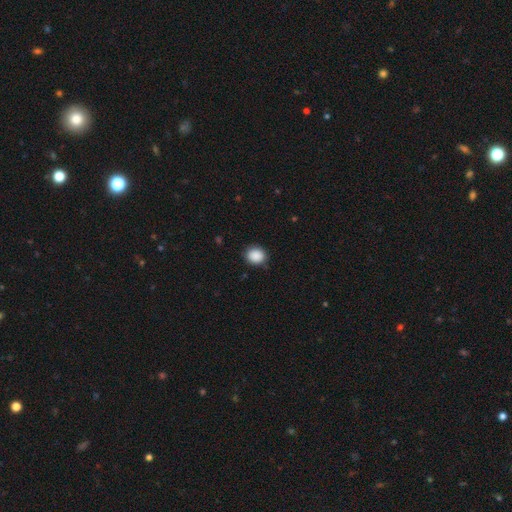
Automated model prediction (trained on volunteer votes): smooth 89%, star or artifact 8%, featured or disk 3%. Down the decision tree: how rounded — round (73%); merging — none (87%).